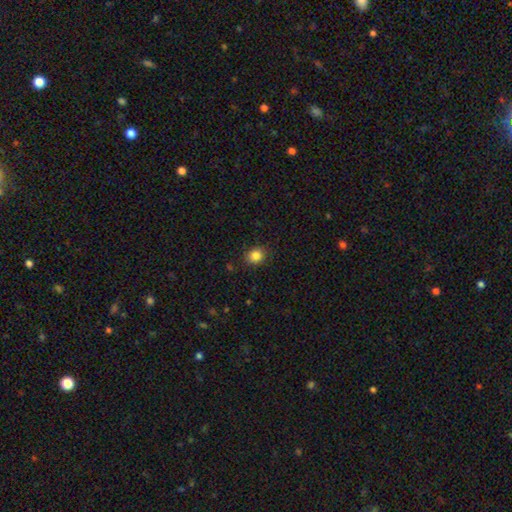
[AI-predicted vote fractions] Overall: smooth (84%). How rounded: round (68%; in between 31%). Merging: none (88%).